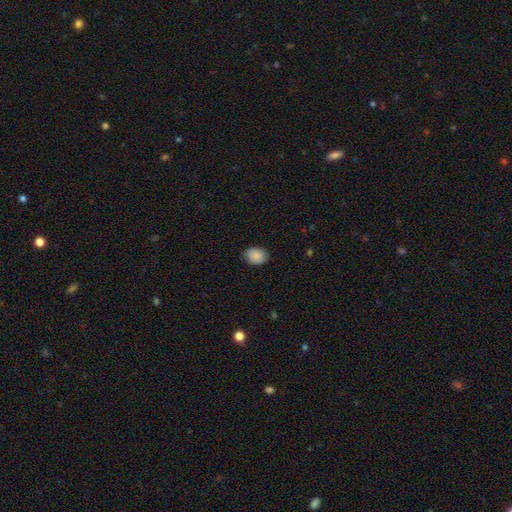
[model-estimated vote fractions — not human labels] Smooth or featured? Predicted: smooth (p=0.88). How rounded? Predicted: in between (p=0.61). Merging? Predicted: none (p=0.82).